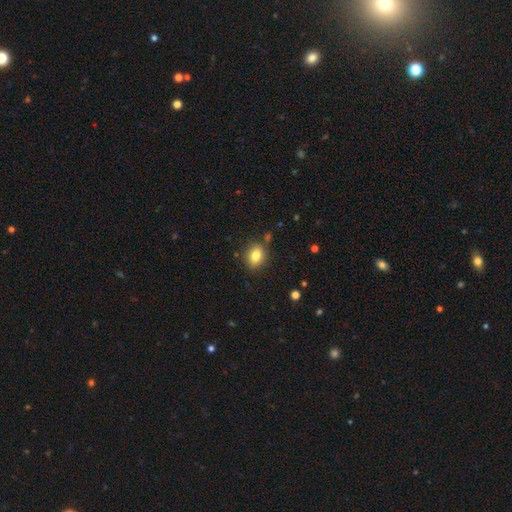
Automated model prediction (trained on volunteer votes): Morphology: type=smooth (81%); roundness=in between (68%); merging=none (82%).